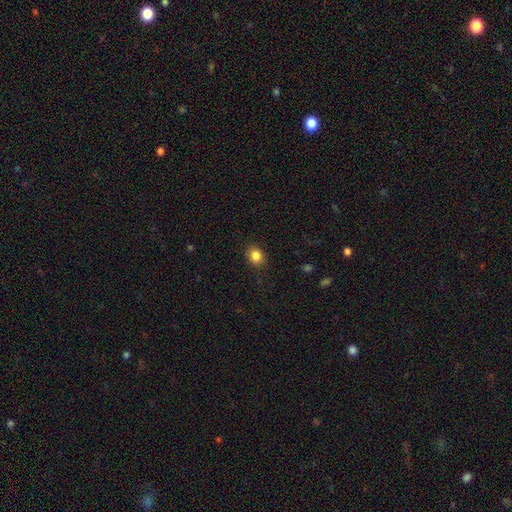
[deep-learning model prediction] smooth_or_featured: smooth (p=0.85) [alt: star or artifact p=0.10]
how_rounded: round (p=0.58) [alt: in between p=0.41]
merging: none (p=0.86) [alt: minor disturbance p=0.10]